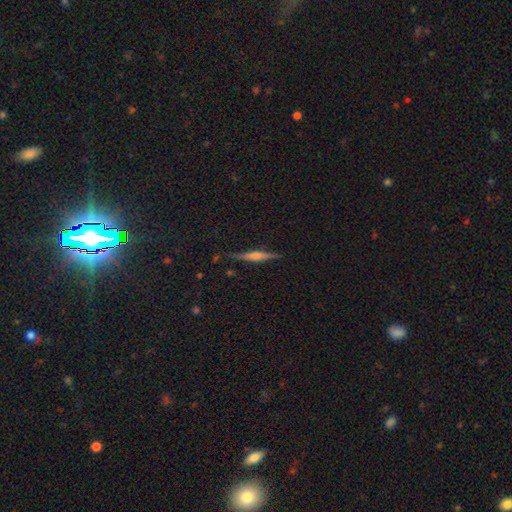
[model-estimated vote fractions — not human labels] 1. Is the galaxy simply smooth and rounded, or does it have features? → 72% featured or disk, 20% smooth, 8% star or artifact.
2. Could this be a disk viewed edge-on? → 98% yes, 2% no.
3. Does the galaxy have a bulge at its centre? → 67% rounded, 23% boxy, 11% none.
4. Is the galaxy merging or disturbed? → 88% none, 9% minor disturbance, 2% major disturbance, 1% merger.